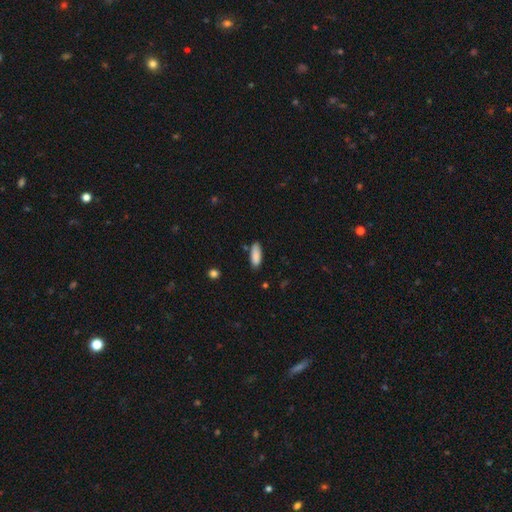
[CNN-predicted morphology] This is clearly a smooth galaxy (88%). How rounded: likely in between (69%). Merging: likely none (80%).